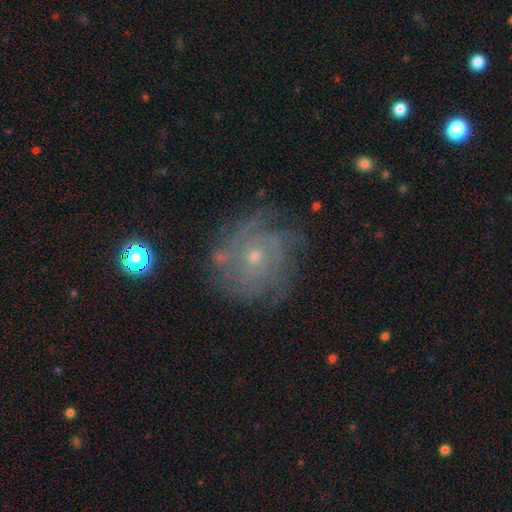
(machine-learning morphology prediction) The model was most divided on "spiral arm count": can't tell: 41%, 3: 17%, 4: 17%, 2: 10%, more than 4: 9%, 1: 6%. More confident: edge-on disk — no (98%); spiral arms — yes (90%); bar — no (81%); smooth or featured — featured or disk (79%); merging — none (69%); spiral winding — tight (65%); bulge size — small (61%).